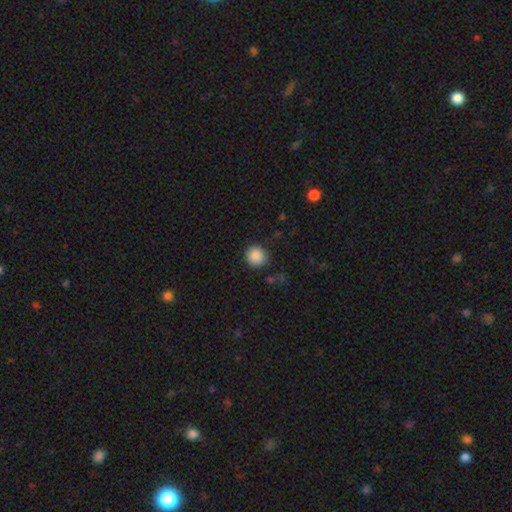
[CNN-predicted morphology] smooth 88%, star or artifact 9%, featured or disk 3%. Down the decision tree: how rounded — round (92%); merging — none (85%).